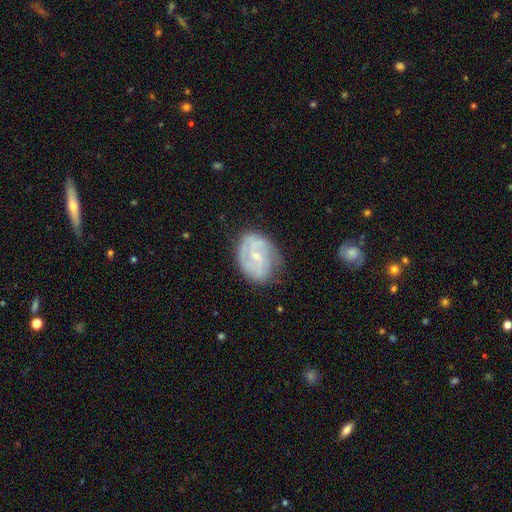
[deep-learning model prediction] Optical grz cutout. It shows a featured or disk galaxy (76%) with no bar (54%), 2 (48%) tight (50%) spiral arms (90%) and a small central bulge (69%). Merging: none (68%).